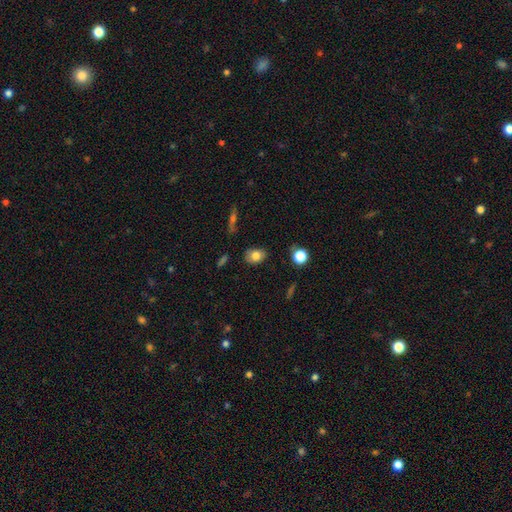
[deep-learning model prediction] smooth_or_featured: smooth (p=0.80) [alt: featured or disk p=0.11]
how_rounded: in between (p=0.71) [alt: round p=0.27]
merging: none (p=0.81) [alt: minor disturbance p=0.14]